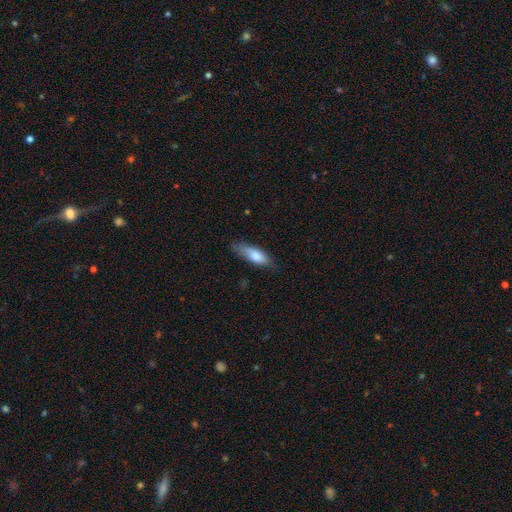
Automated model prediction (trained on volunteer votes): Morphology: type=smooth (79%); roundness=in between (55%); merging=none (65%).